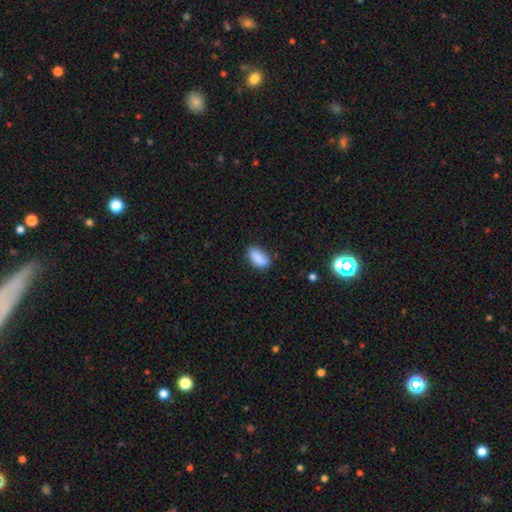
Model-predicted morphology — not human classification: Smooth or featured? smooth (88%)
How rounded? in between (89%)
Merging? none (78%)